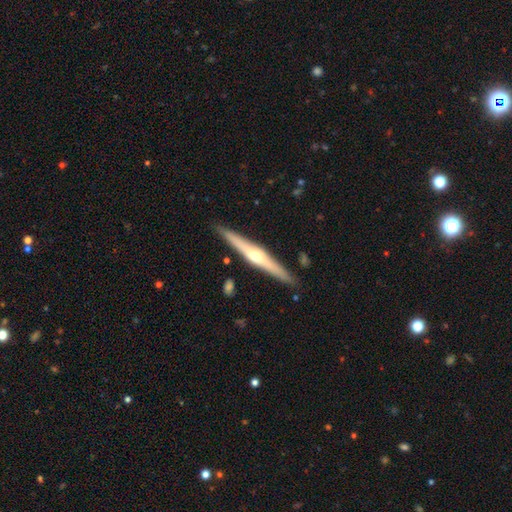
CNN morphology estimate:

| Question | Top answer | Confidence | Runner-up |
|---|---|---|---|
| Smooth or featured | featured or disk | 72% | smooth (23%) |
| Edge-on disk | yes | 97% | no (3%) |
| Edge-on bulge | rounded | 87% | none (9%) |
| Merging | none | 89% | minor disturbance (8%) |